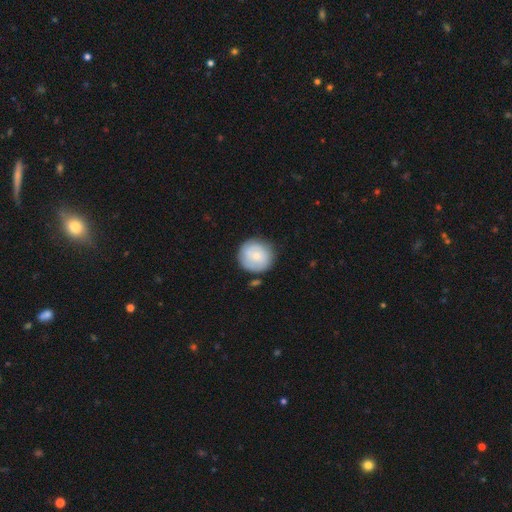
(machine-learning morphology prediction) smooth-or-featured: smooth: 59% | featured or disk: 34% | star or artifact: 6%
  how-rounded: round: 92% | in between: 7% | cigar-shaped: 1%
  merging: none: 78% | minor disturbance: 14% | major disturbance: 4% | merger: 4%